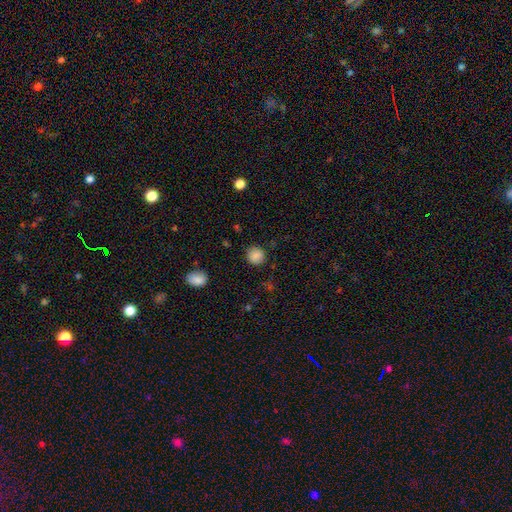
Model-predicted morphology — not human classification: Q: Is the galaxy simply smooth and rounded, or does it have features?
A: smooth — 85%.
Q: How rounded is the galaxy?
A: round — 87%.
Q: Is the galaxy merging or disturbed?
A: none — 85%.